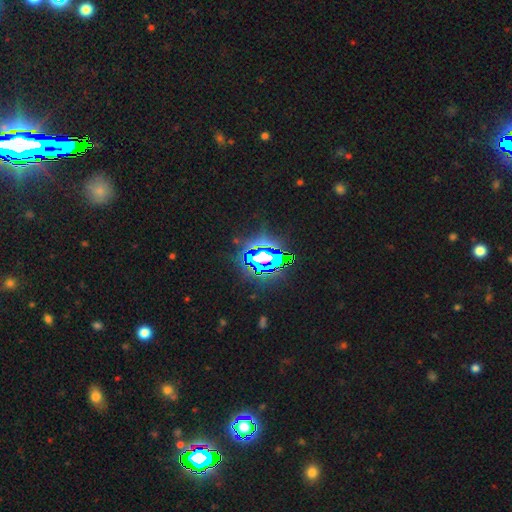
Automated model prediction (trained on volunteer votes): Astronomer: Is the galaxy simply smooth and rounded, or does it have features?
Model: star or artifact — 81%.